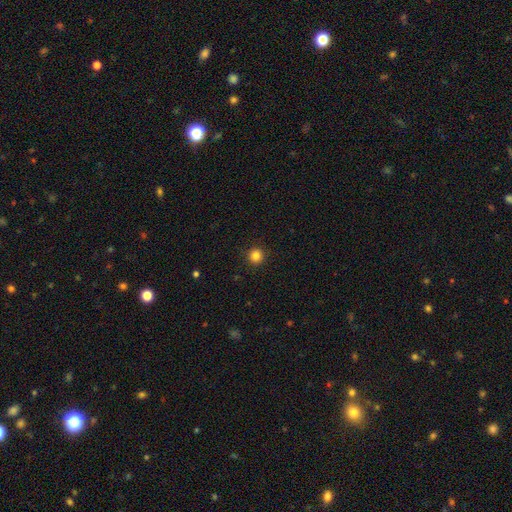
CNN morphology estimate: smooth 84%, star or artifact 12%, featured or disk 4%. Down the decision tree: how rounded — round (95%); merging — none (92%).